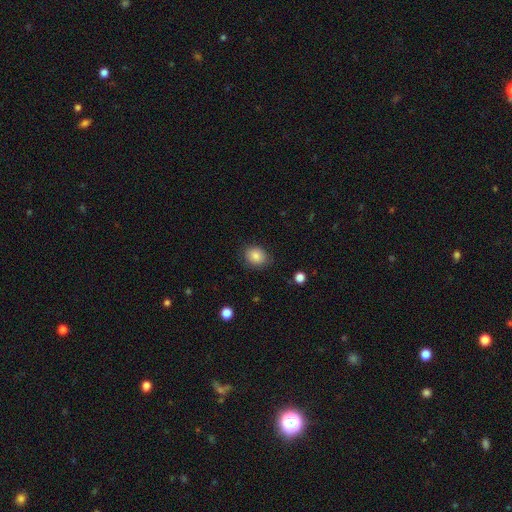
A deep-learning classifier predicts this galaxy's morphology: This is clearly a smooth galaxy (84%). How rounded: possibly round (53%). Merging: clearly none (81%).